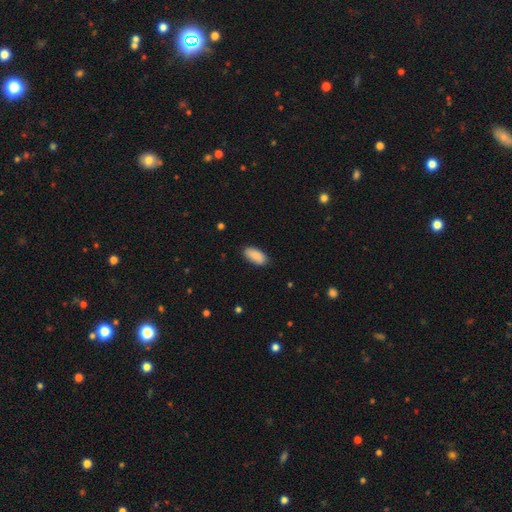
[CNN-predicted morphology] smooth_or_featured: smooth (p=0.88) [alt: star or artifact p=0.06]
how_rounded: in between (p=0.92) [alt: cigar-shaped p=0.06]
merging: none (p=0.86) [alt: minor disturbance p=0.11]